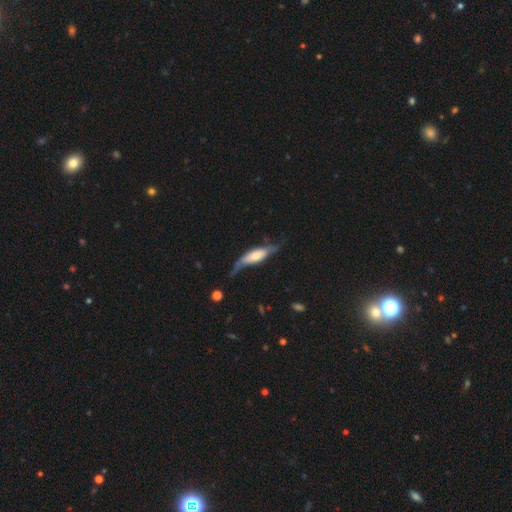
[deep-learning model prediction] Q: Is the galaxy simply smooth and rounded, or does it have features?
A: featured or disk — 53%.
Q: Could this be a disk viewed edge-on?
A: yes — 59%.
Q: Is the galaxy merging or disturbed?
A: none — 42%.